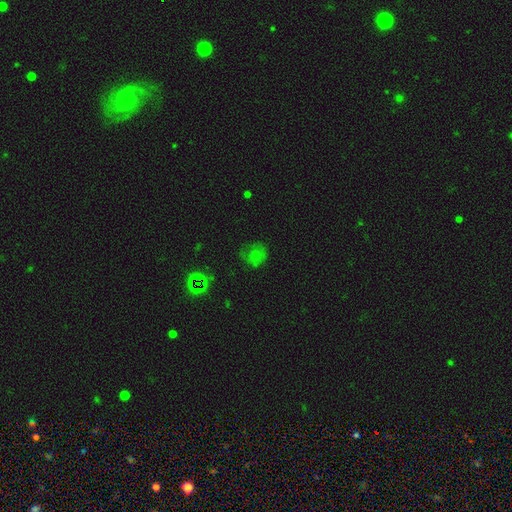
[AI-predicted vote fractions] smooth 58%, star or artifact 26%, featured or disk 16%. Down the decision tree: how rounded — round (78%); merging — none (58%).